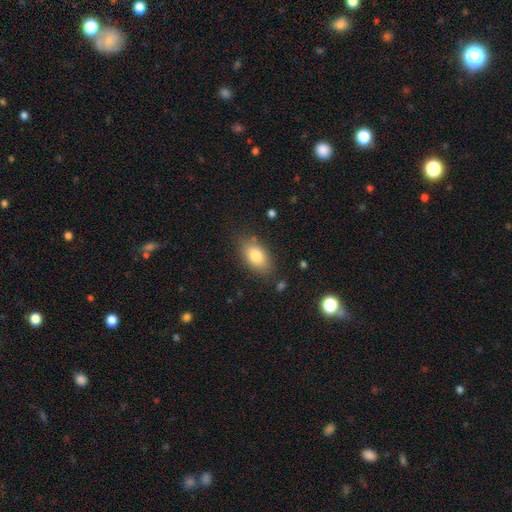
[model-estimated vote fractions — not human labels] Q: Smooth or featured?
A: smooth (81%); runner-up: featured or disk (11%)
Q: How rounded?
A: in between (89%); runner-up: round (8%)
Q: Merging?
A: none (80%); runner-up: minor disturbance (14%)